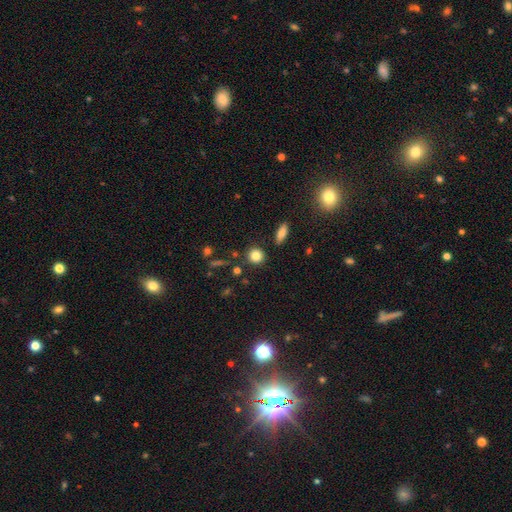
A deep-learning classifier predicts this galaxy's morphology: This is clearly a smooth galaxy (83%). How rounded: clearly round (86%). Merging: clearly none (86%).